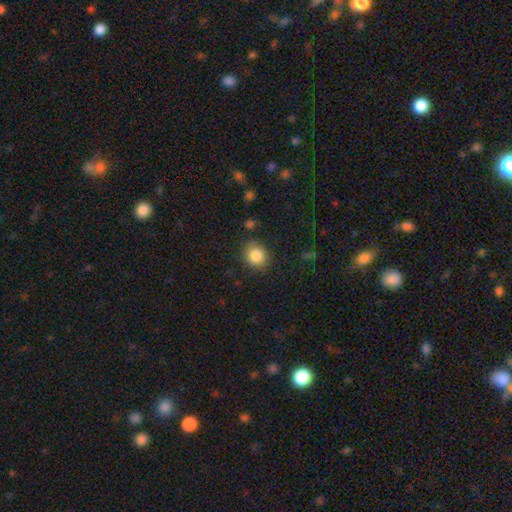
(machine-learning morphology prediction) A smooth galaxy with no disk features (86%) that is round (81%).

Vote fractions:
- Smooth or featured? smooth: 86% / star or artifact: 9% / featured or disk: 5%
- How rounded? round: 81% / in between: 19% / cigar-shaped: 1%
- Merging? none: 83% / minor disturbance: 12% / major disturbance: 3% / merger: 2%